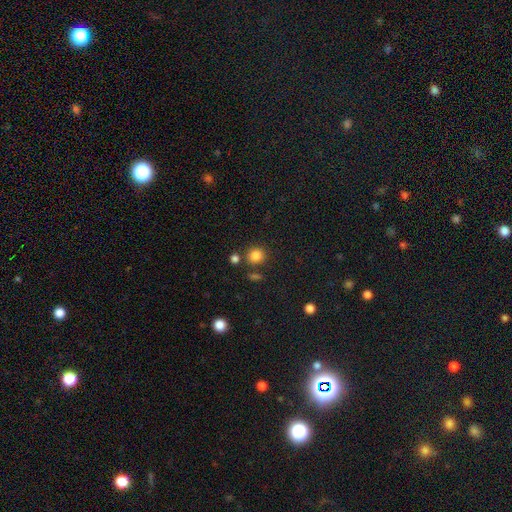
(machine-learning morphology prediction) A smooth galaxy with no disk features (84%) that is round (85%). Merging: none (78%).